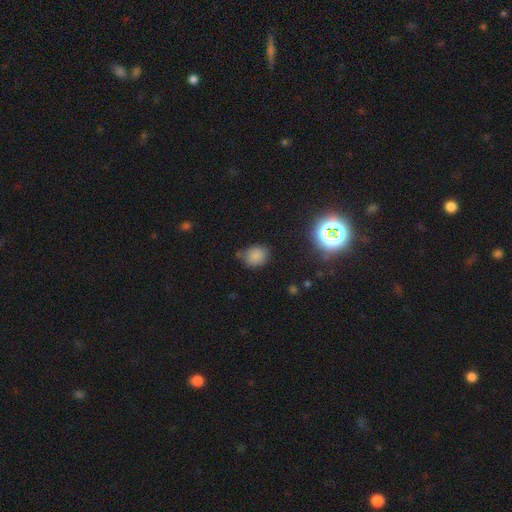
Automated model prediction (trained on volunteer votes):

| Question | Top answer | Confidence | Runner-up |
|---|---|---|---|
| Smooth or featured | smooth | 79% | star or artifact (15%) |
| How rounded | round | 54% | in between (45%) |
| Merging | none | 66% | minor disturbance (24%) |